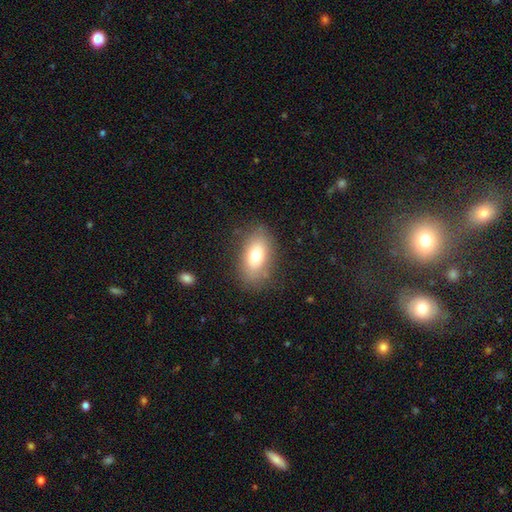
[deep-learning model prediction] This is likely a smooth galaxy (74%). How rounded: clearly in between (88%). Merging: clearly none (80%).